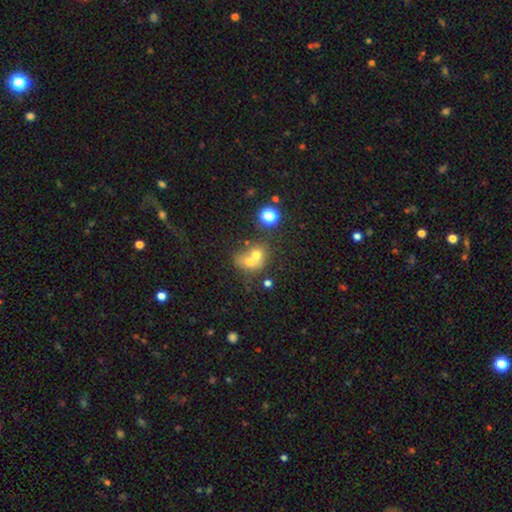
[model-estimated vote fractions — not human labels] A smooth galaxy with no disk features (59%) that is round (68%). Merging: merger (62%).